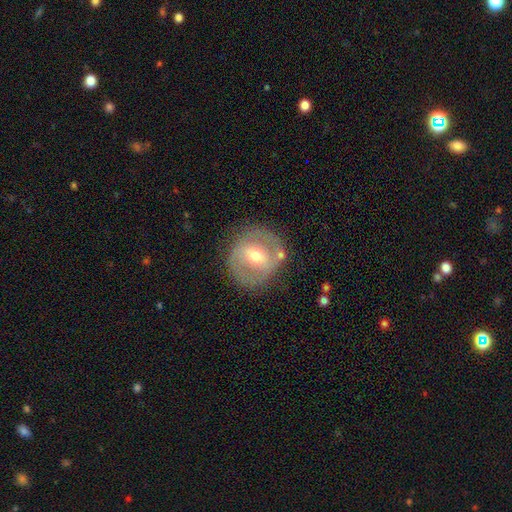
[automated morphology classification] This is possibly a featured or disk galaxy (58%). It is clearly not viewed edge-on (95%). Bar: marginally weak (43%). Spiral arm pattern: possibly no (58%). Central bulge: likely moderate (65%). Merging: likely none (74%).